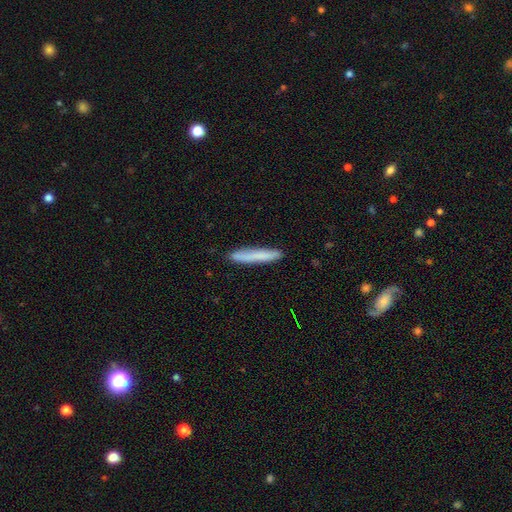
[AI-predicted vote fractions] This appears to be a smooth galaxy with no disk features (76%) that is cigar-shaped (95%). Merging: none (89%).